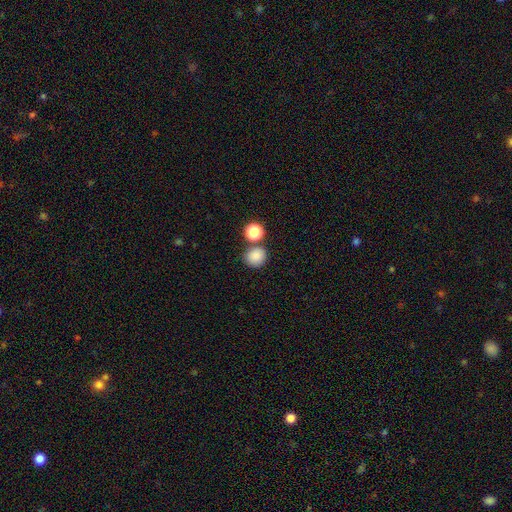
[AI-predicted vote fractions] Q: Smooth or featured?
A: smooth (85%); runner-up: star or artifact (10%)
Q: How rounded?
A: round (79%); runner-up: in between (20%)
Q: Merging?
A: none (69%); runner-up: merger (18%)